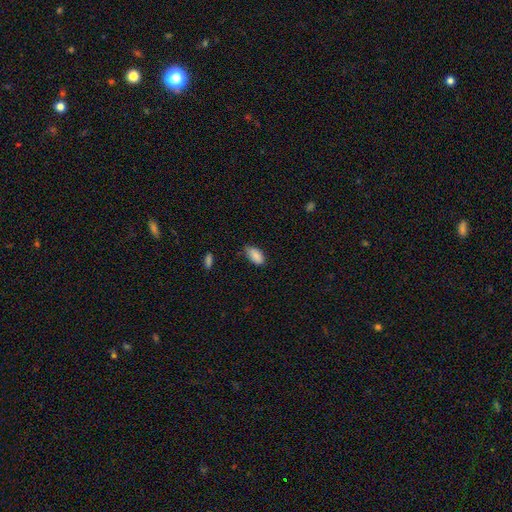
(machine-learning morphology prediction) Overall: smooth (88%). How rounded: in between (93%). Merging: none (64%; minor disturbance 30%).